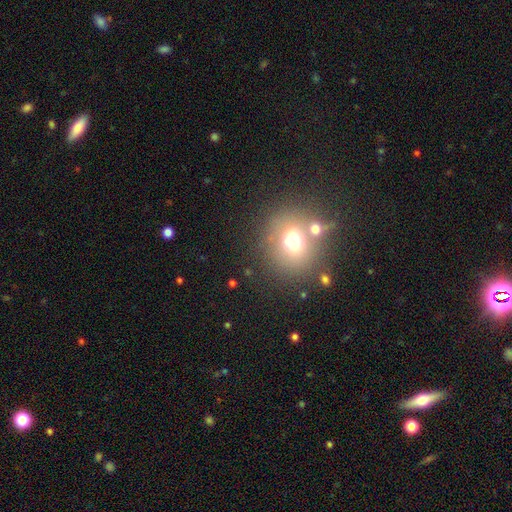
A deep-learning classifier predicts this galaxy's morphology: This appears to be a smooth galaxy with no disk features (53%) that is round (77%). Merging: none (74%).